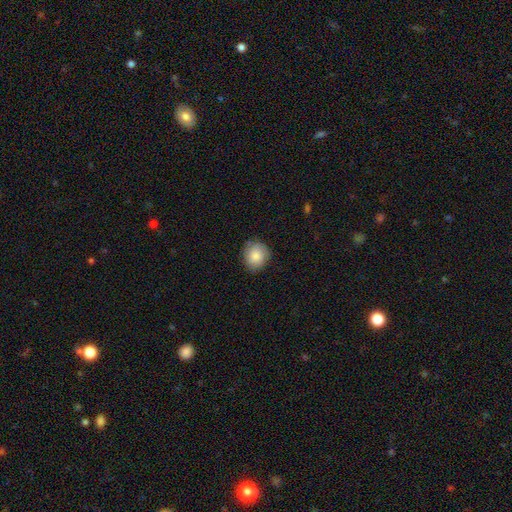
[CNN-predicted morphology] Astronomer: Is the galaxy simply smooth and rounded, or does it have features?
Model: smooth — 85%.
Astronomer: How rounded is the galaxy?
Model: round — 79%.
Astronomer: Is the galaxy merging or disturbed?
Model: none — 81%.